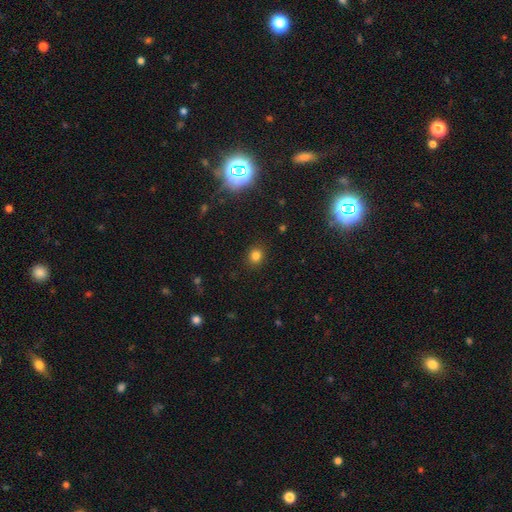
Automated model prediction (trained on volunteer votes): This is clearly a smooth galaxy (81%). How rounded: likely round (76%). Merging: clearly none (89%).